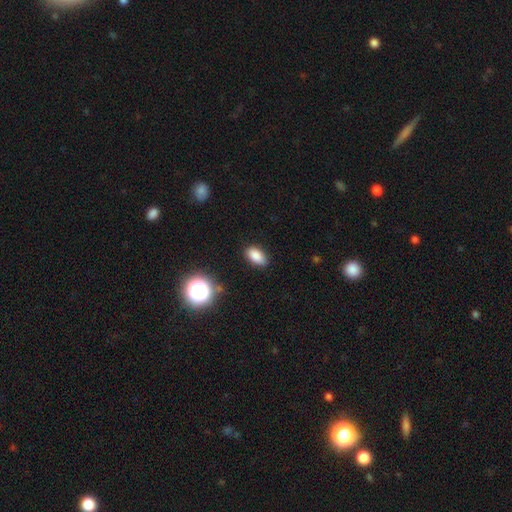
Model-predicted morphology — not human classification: Smooth or featured? smooth (84%)
How rounded? in between (91%)
Merging? none (84%)